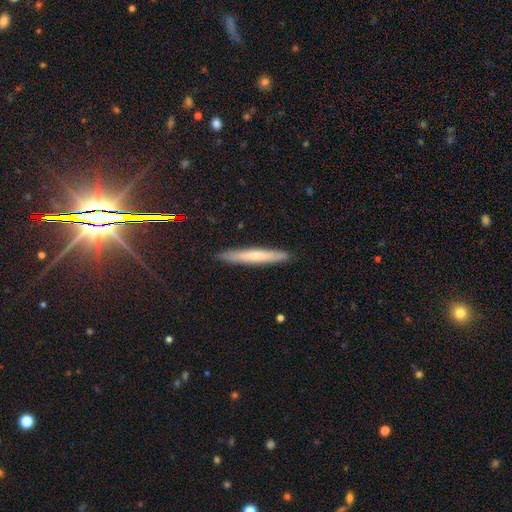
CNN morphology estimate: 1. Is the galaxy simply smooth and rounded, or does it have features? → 62% smooth, 32% featured or disk, 6% star or artifact.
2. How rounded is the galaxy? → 95% cigar-shaped, 4% in between, 1% round.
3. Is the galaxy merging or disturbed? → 90% none, 8% minor disturbance, 1% major disturbance, 1% merger.